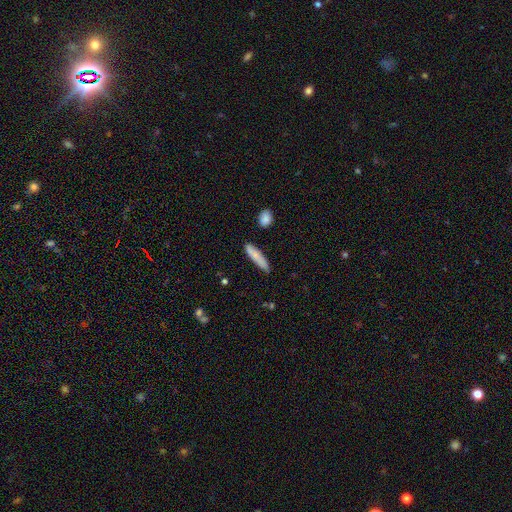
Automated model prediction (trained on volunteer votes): smooth-or-featured: smooth: 79% | featured or disk: 15% | star or artifact: 6%
  how-rounded: cigar-shaped: 83% | in between: 15% | round: 2%
  merging: none: 78% | minor disturbance: 16% | merger: 3% | major disturbance: 3%